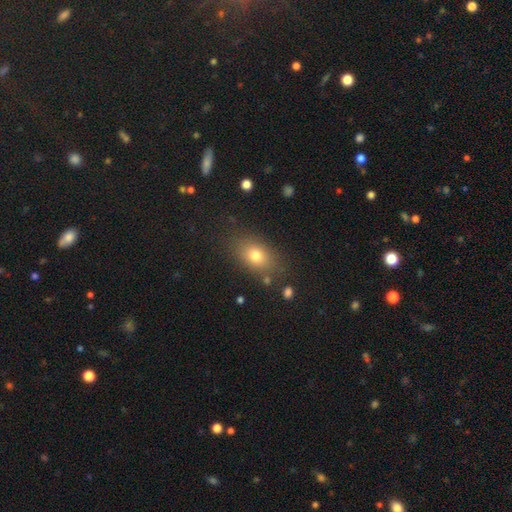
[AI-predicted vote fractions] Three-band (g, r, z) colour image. It shows a smooth galaxy with no disk features (75%) that is in between round and cigar-shaped (75%). Merging: none (80%).